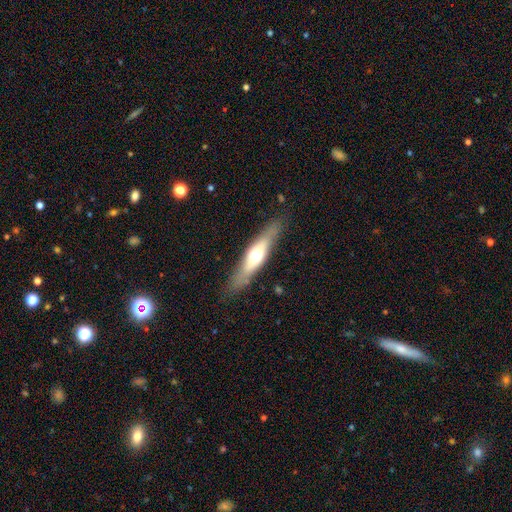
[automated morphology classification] smooth-or-featured: featured or disk: 51% | smooth: 44% | star or artifact: 6%
  disk-edge-on: yes: 85% | no: 15%
  merging: none: 84% | minor disturbance: 12% | major disturbance: 3% | merger: 1%